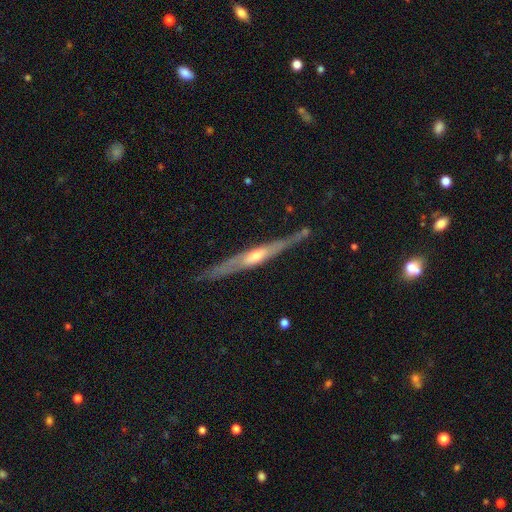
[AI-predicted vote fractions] Smooth or featured: featured or disk — 74% (smooth — 21%)
Edge-on disk: yes — 94% (no — 6%)
Edge-on bulge: rounded — 68% (none — 24%)
Merging: none — 81% (minor disturbance — 14%)